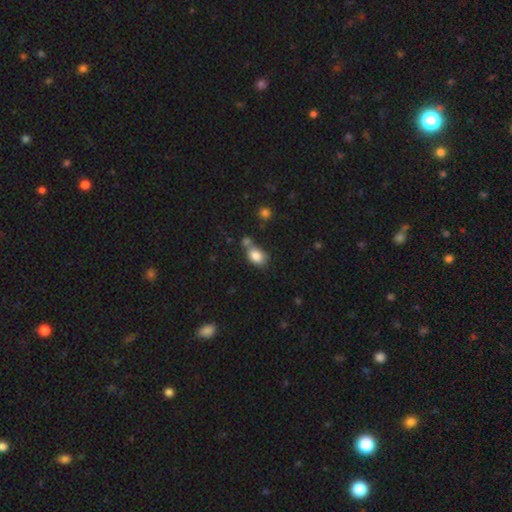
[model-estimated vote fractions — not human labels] Q: Smooth or featured?
A: smooth (84%); runner-up: star or artifact (9%)
Q: How rounded?
A: in between (75%); runner-up: round (23%)
Q: Merging?
A: none (46%); runner-up: merger (31%)